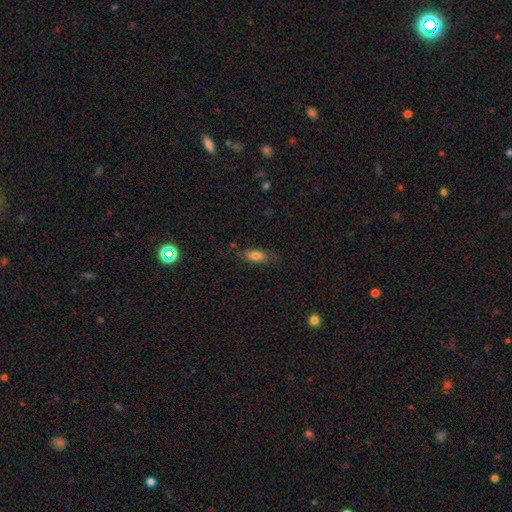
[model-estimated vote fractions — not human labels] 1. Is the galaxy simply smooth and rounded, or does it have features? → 74% smooth, 18% featured or disk, 9% star or artifact.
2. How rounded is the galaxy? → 76% in between, 21% cigar-shaped, 3% round.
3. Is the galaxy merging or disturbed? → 69% none, 21% minor disturbance, 7% major disturbance, 2% merger.